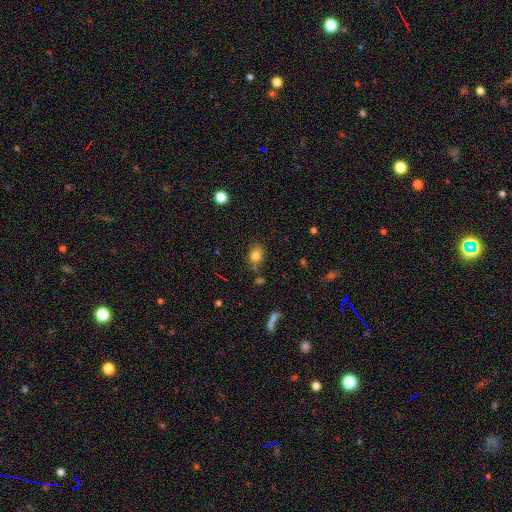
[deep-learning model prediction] A smooth galaxy with no disk features (81%) that is round (55%). Merging: none (74%).